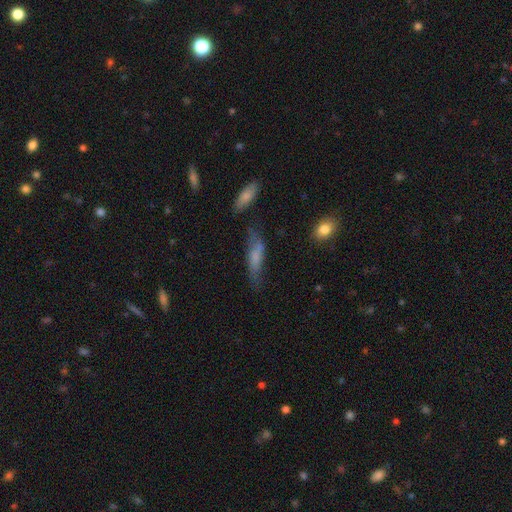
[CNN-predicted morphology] A smooth galaxy with no disk features (56%) that is cigar-shaped (62%).

Vote fractions:
- Smooth or featured? smooth: 56% / featured or disk: 34% / star or artifact: 10%
- How rounded? cigar-shaped: 62% / in between: 35% / round: 3%
- Merging? none: 52% / minor disturbance: 28% / major disturbance: 13% / merger: 7%